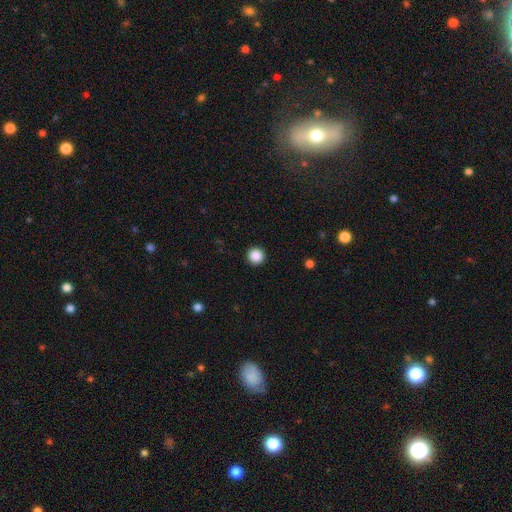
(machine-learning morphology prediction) smooth_or_featured: smooth (p=0.87) [alt: star or artifact p=0.10]
how_rounded: round (p=0.96) [alt: in between p=0.03]
merging: none (p=0.93) [alt: minor disturbance p=0.04]